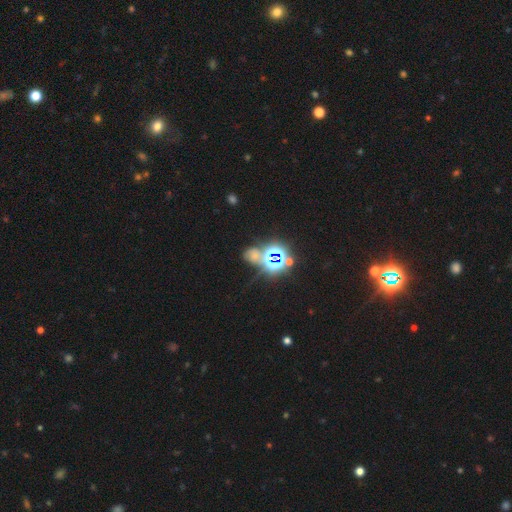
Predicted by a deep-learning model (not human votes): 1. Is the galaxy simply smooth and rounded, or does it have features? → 64% star or artifact, 25% smooth, 12% featured or disk.